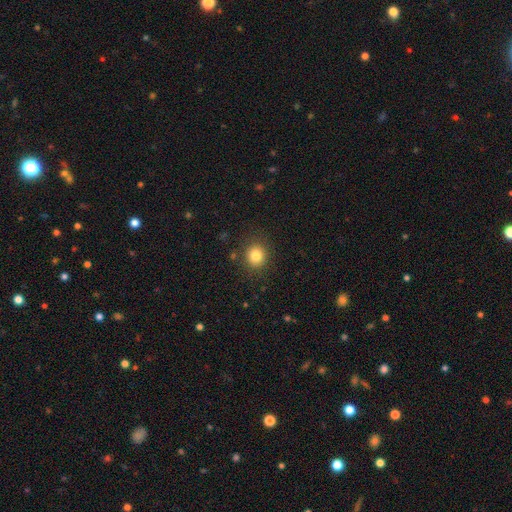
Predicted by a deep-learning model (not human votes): Overall: smooth (82%). How rounded: round (83%). Merging: none (87%).